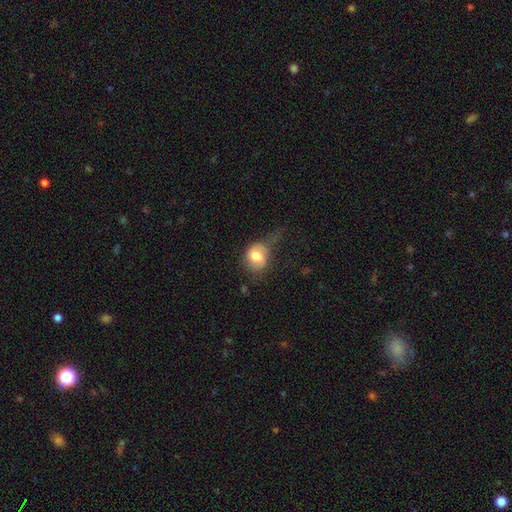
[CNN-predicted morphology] Smooth or featured: smooth — 70% (featured or disk — 22%)
How rounded: round — 56% (in between — 43%)
Merging: none — 34% (minor disturbance — 31%)